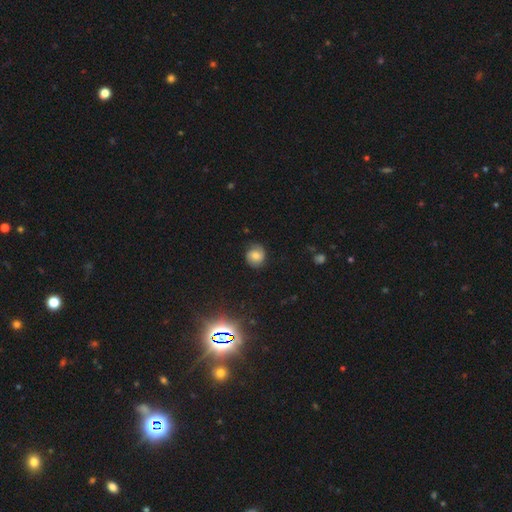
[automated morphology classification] The model was most divided on "smooth or featured": smooth: 50%, featured or disk: 38%, star or artifact: 11%. More confident: how rounded — round (82%); merging — none (75%).